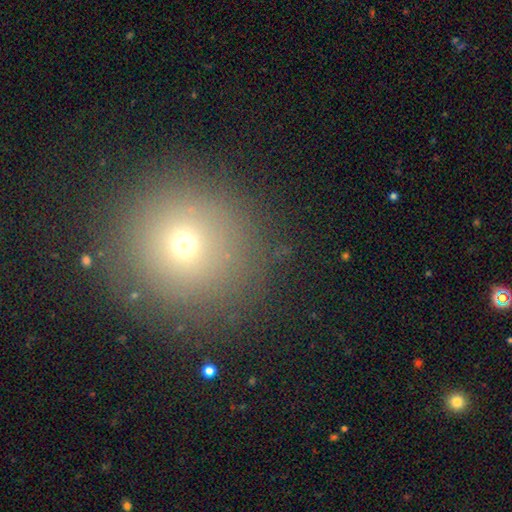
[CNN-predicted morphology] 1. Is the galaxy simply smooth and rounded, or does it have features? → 65% smooth, 26% star or artifact, 10% featured or disk.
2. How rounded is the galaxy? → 95% round, 4% in between, 1% cigar-shaped.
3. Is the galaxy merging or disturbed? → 88% none, 7% minor disturbance, 3% major disturbance, 2% merger.